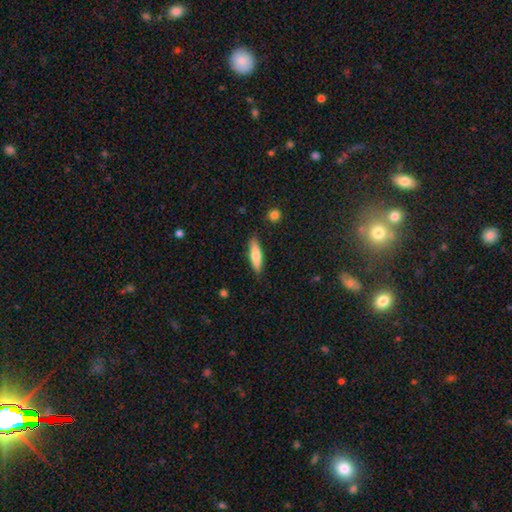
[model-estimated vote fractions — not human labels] A smooth galaxy with no disk features (71%) that is cigar-shaped (66%). Merging: none (86%).